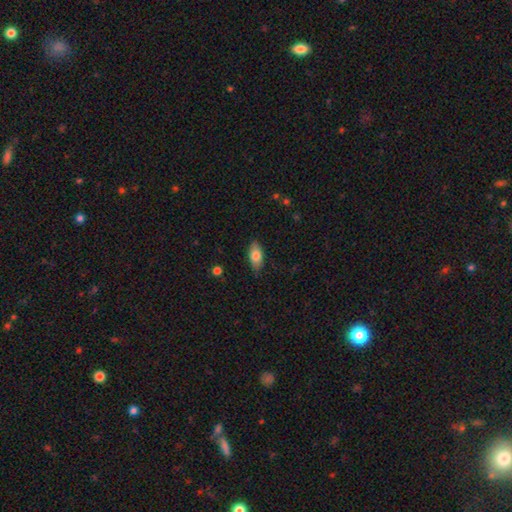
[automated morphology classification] A smooth galaxy with no disk features (78%) that is in between round and cigar-shaped (89%).

Vote fractions:
- Smooth or featured? smooth: 78% / featured or disk: 15% / star or artifact: 7%
- How rounded? in between: 89% / cigar-shaped: 8% / round: 3%
- Merging? none: 84% / minor disturbance: 13% / major disturbance: 2% / merger: 1%